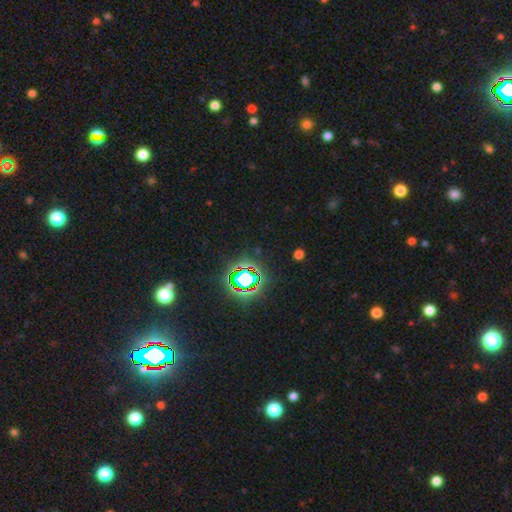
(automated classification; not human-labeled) Smooth or featured: star or artifact — 81% (smooth — 11%)